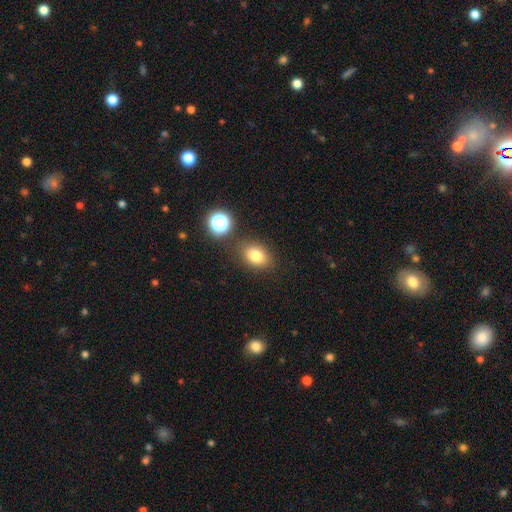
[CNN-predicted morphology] The model was most divided on "how rounded": in between: 65%, round: 34%, cigar-shaped: 1%. More confident: merging — none (80%); smooth or featured — smooth (78%).